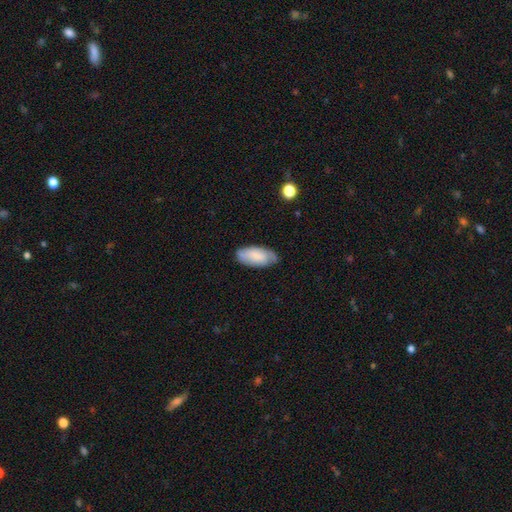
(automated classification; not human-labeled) Overall: smooth (74%). How rounded: in between (91%). Merging: none (77%).